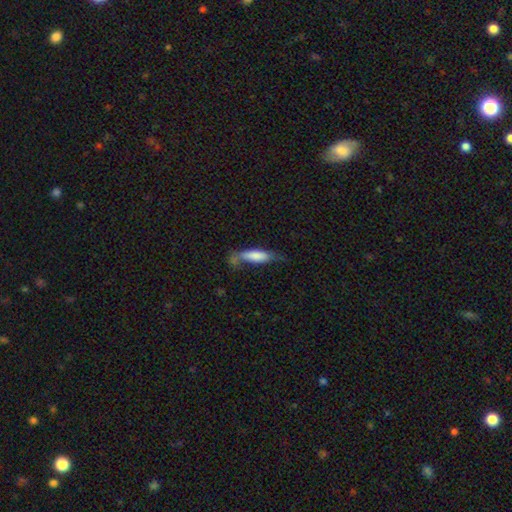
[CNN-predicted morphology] smooth 72%, featured or disk 21%, star or artifact 6%. Down the decision tree: how rounded — cigar-shaped (58%); merging — none (44%).